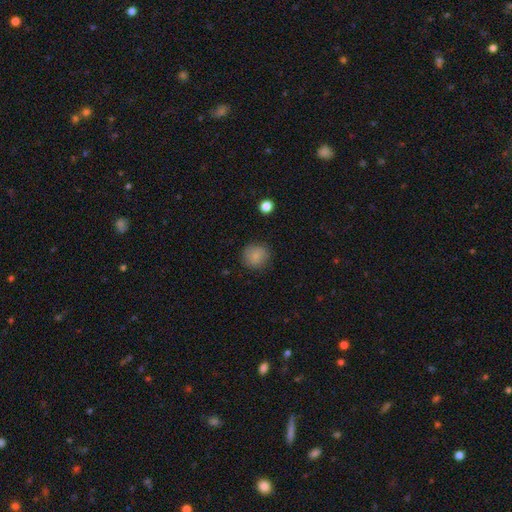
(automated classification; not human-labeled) smooth-or-featured: smooth: 84% | star or artifact: 9% | featured or disk: 6%
  how-rounded: round: 90% | in between: 9% | cigar-shaped: 1%
  merging: none: 86% | minor disturbance: 10% | major disturbance: 3% | merger: 1%